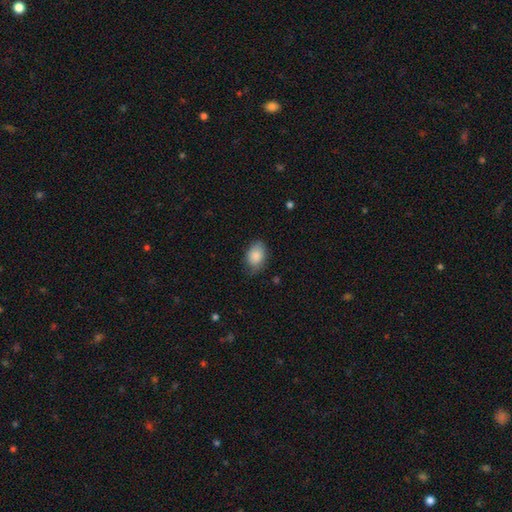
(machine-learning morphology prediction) Smooth or featured: smooth — 86% (featured or disk — 7%)
How rounded: in between — 82% (round — 17%)
Merging: none — 70% (minor disturbance — 24%)